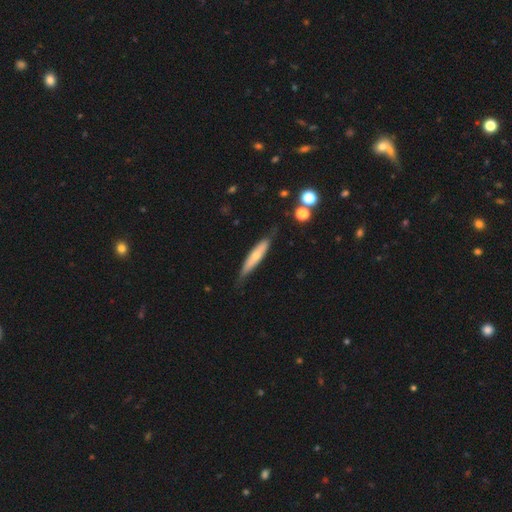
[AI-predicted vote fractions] Smooth or featured?
  - smooth: 52% *
  - featured or disk: 42%
  - star or artifact: 6%
How rounded?
  - cigar-shaped: 83% *
  - in between: 15%
  - round: 2%
Merging?
  - none: 70% *
  - minor disturbance: 23%
  - major disturbance: 4%
  - merger: 2%